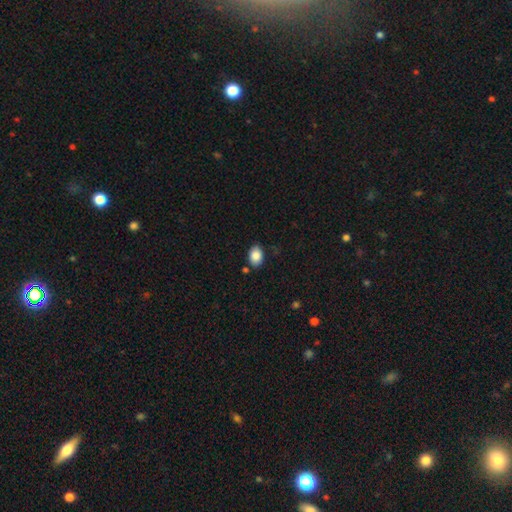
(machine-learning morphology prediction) Smooth or featured?
  - smooth: 87% *
  - star or artifact: 8%
  - featured or disk: 5%
How rounded?
  - in between: 76% *
  - round: 23%
  - cigar-shaped: 1%
Merging?
  - none: 81% *
  - minor disturbance: 12%
  - merger: 4%
  - major disturbance: 3%